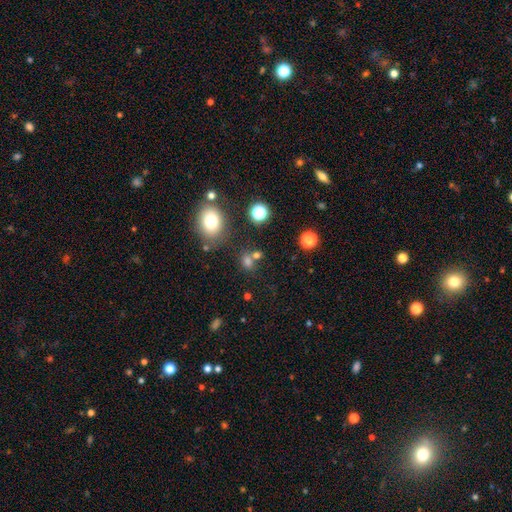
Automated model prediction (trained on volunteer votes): smooth 68%, star or artifact 23%, featured or disk 9%. Down the decision tree: how rounded — round (55%); merging — none (57%).